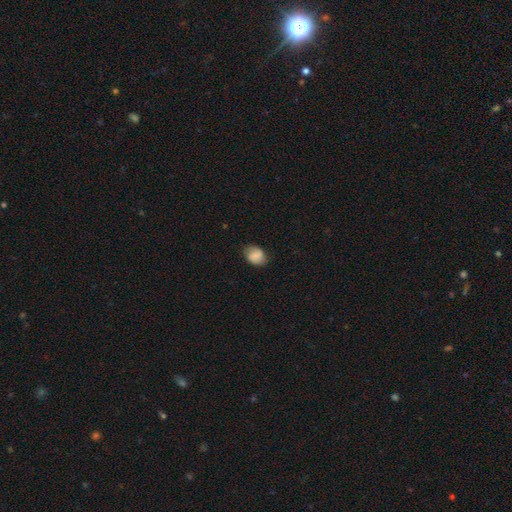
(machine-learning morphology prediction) Smooth or featured? Predicted: smooth (p=0.81). How rounded? Predicted: in between (p=0.60). Merging? Predicted: none (p=0.75).